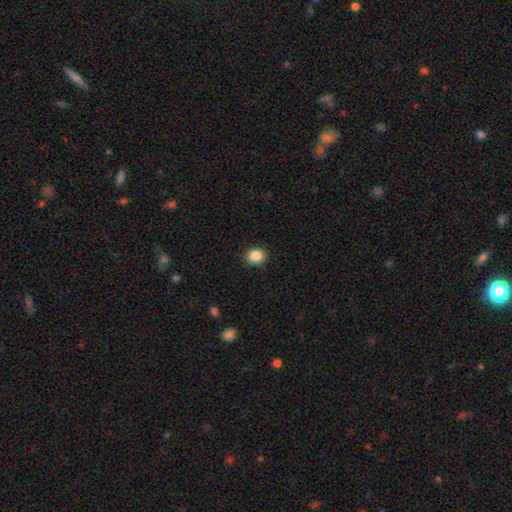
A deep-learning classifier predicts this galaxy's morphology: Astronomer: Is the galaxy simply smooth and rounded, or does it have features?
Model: smooth — 87%.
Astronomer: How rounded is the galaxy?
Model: round — 71%.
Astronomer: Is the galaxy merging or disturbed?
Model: none — 90%.